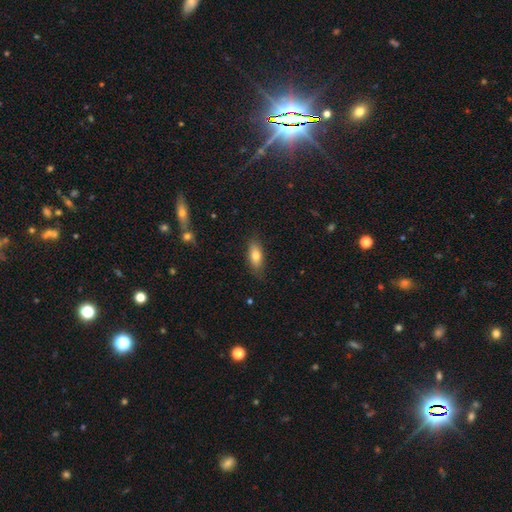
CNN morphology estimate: The model was most divided on "how rounded": in between: 80%, cigar-shaped: 17%, round: 4%. More confident: merging — none (83%); smooth or featured — smooth (78%).